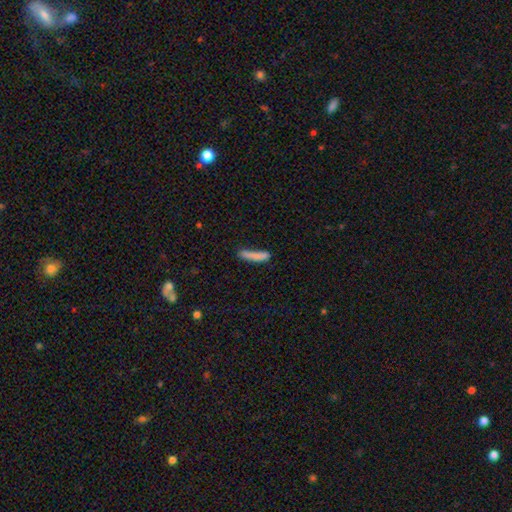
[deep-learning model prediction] Smooth or featured? Predicted: smooth (p=0.81). How rounded? Predicted: cigar-shaped (p=0.87). Merging? Predicted: none (p=0.63).